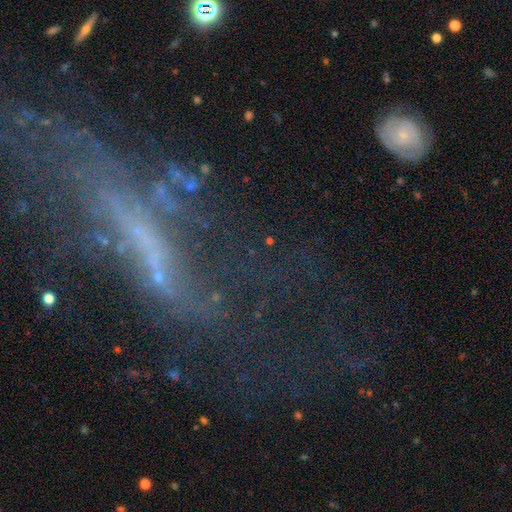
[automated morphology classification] smooth_or_featured: featured or disk (p=0.52) [alt: star or artifact p=0.26]
disk_edge_on: no (p=0.66) [alt: yes p=0.34]
merging: none (p=0.40) [alt: major disturbance p=0.34]